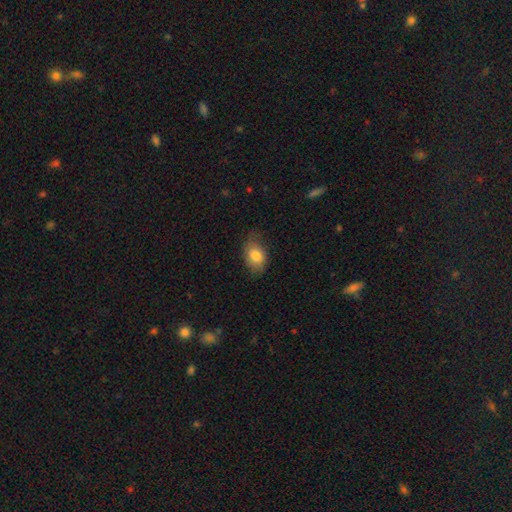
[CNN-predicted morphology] Smooth or featured? smooth (81%)
How rounded? in between (84%)
Merging? none (69%)